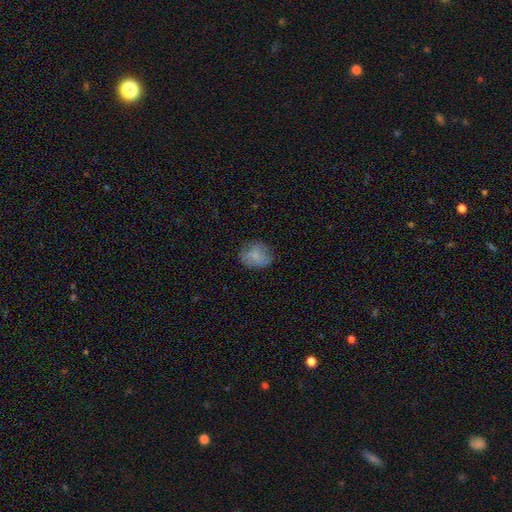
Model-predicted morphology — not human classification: Smooth or featured? Predicted: smooth (p=0.73). How rounded? Predicted: in between (p=0.58). Merging? Predicted: none (p=0.67).